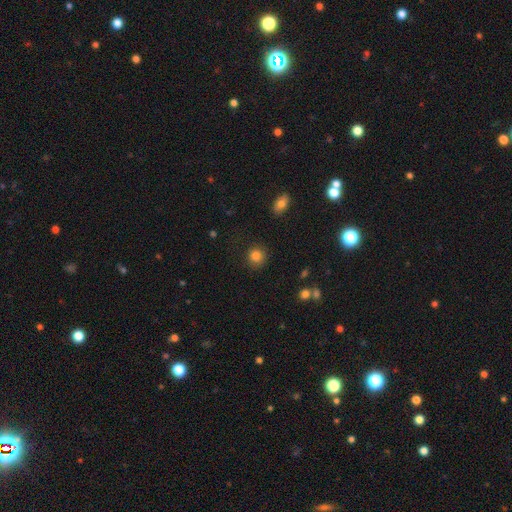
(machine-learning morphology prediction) Overall: smooth (85%). How rounded: round (88%). Merging: none (85%).